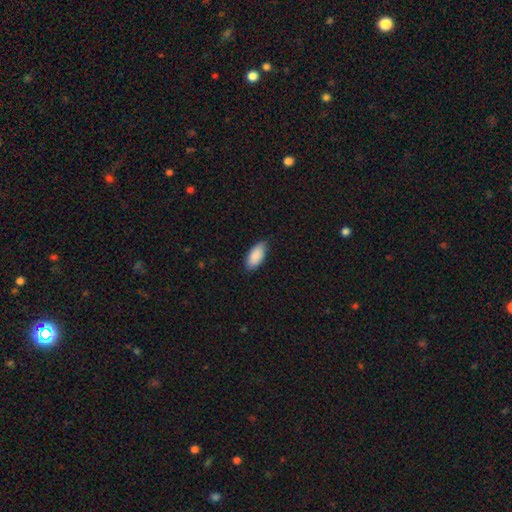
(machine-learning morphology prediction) This appears to be a smooth galaxy with no disk features (90%) that is in between round and cigar-shaped (92%). Merging: none (80%).